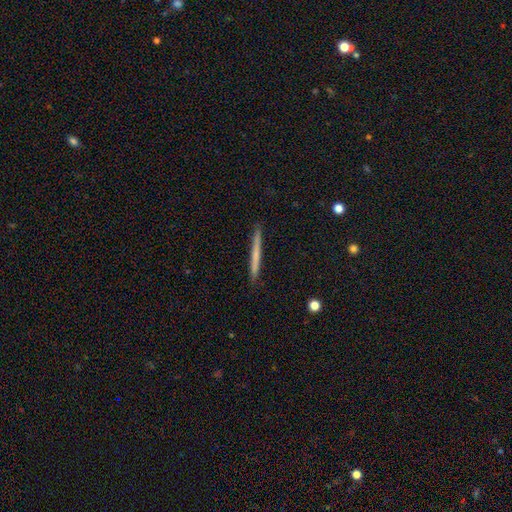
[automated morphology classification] Smooth or featured?
  - smooth: 59% *
  - featured or disk: 35%
  - star or artifact: 6%
How rounded?
  - cigar-shaped: 97% *
  - in between: 2%
  - round: 1%
Merging?
  - none: 91% *
  - minor disturbance: 6%
  - major disturbance: 1%
  - merger: 1%